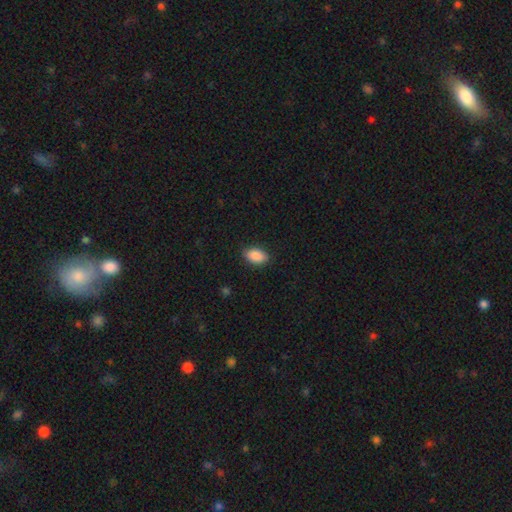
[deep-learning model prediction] Overall: smooth (90%). How rounded: in between (92%). Merging: none (88%).